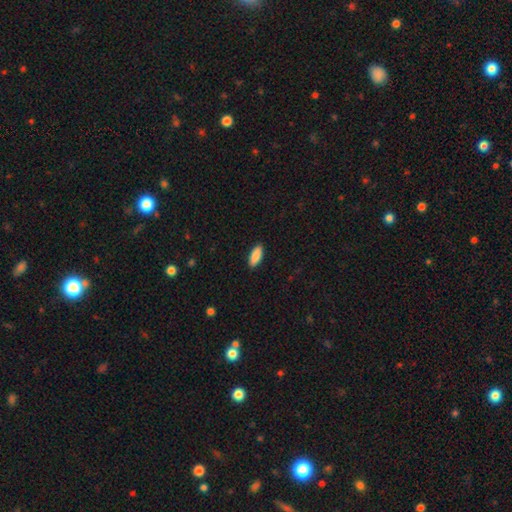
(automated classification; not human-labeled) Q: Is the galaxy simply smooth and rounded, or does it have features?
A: smooth — 89%.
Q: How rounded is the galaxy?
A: in between — 82%.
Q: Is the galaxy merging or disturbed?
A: none — 90%.